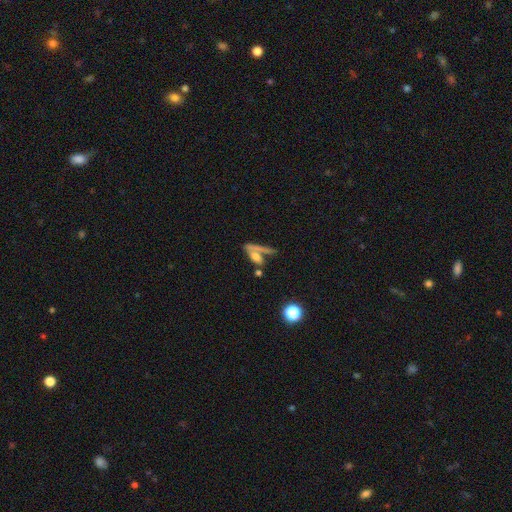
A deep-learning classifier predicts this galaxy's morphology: smooth 57%, featured or disk 31%, star or artifact 12%. Down the decision tree: how rounded — in between (48%); merging — merger (39%).